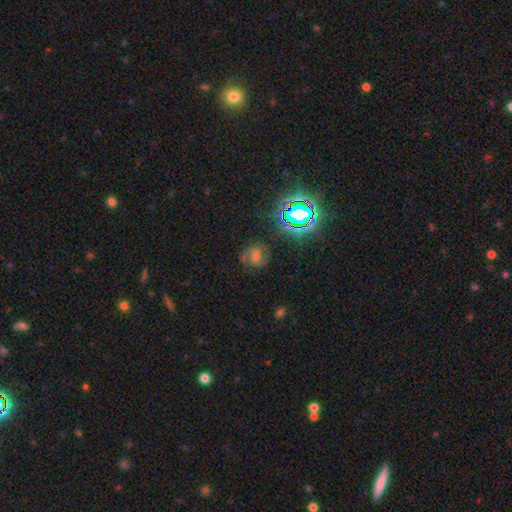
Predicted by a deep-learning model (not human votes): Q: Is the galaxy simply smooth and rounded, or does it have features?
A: featured or disk — 47%.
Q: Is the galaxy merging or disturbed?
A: none — 74%.